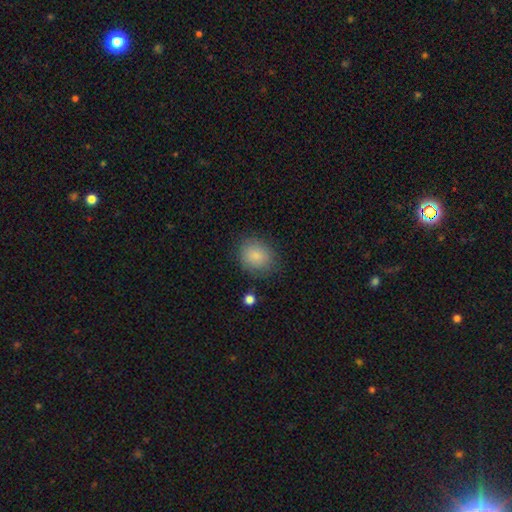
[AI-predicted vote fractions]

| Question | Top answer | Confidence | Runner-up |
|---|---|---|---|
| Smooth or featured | smooth | 85% | star or artifact (8%) |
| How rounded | round | 63% | in between (36%) |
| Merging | none | 79% | minor disturbance (14%) |